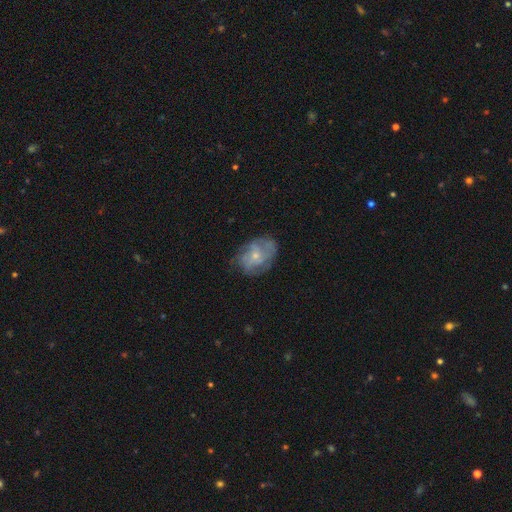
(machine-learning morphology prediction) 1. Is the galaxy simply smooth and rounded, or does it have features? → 63% featured or disk, 29% smooth, 8% star or artifact.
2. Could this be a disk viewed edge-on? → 97% no, 3% yes.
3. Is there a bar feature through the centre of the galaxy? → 79% no, 19% weak, 3% strong.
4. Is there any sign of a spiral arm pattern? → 70% yes, 30% no.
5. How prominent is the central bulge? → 67% small, 28% moderate, 3% none, 1% large, 1% dominant.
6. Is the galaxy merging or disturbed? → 63% none, 23% minor disturbance, 12% major disturbance, 2% merger.